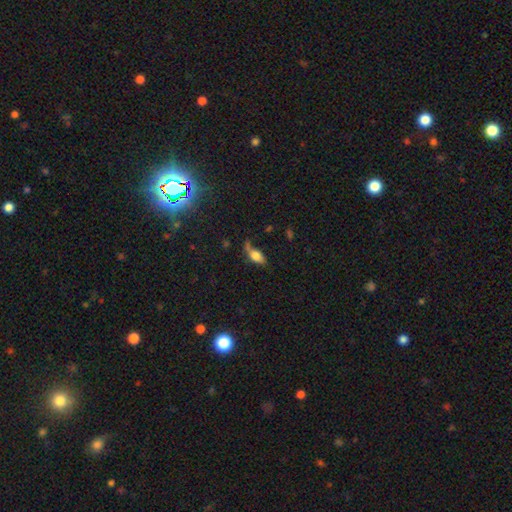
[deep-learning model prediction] smooth 66%, featured or disk 24%, star or artifact 10%. Down the decision tree: how rounded — in between (80%); merging — none (43%).